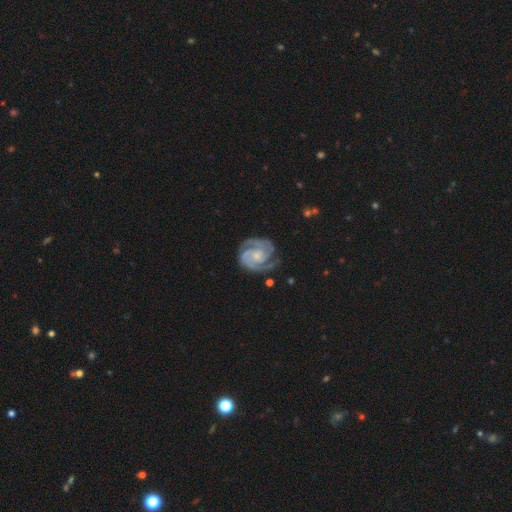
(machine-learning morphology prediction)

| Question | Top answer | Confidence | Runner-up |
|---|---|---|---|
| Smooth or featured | featured or disk | 93% | smooth (4%) |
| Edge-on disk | no | 98% | yes (2%) |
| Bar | no | 67% | weak (26%) |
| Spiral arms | yes | 98% | no (2%) |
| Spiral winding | tight | 63% | medium (33%) |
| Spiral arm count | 2 | 72% | 3 (16%) |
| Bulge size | small | 68% | moderate (25%) |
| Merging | none | 77% | minor disturbance (16%) |